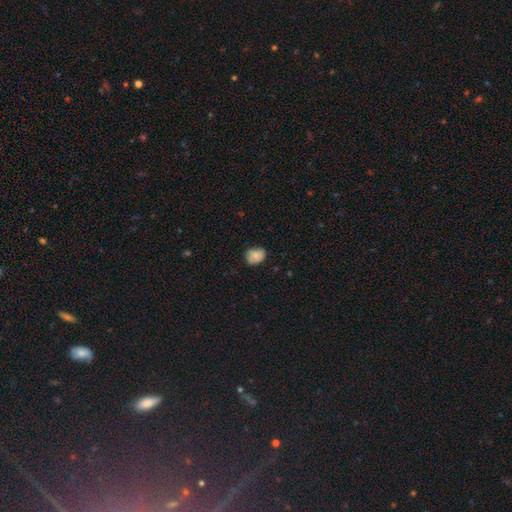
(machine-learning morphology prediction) Smooth or featured? smooth (83%)
How rounded? in between (59%)
Merging? none (69%)